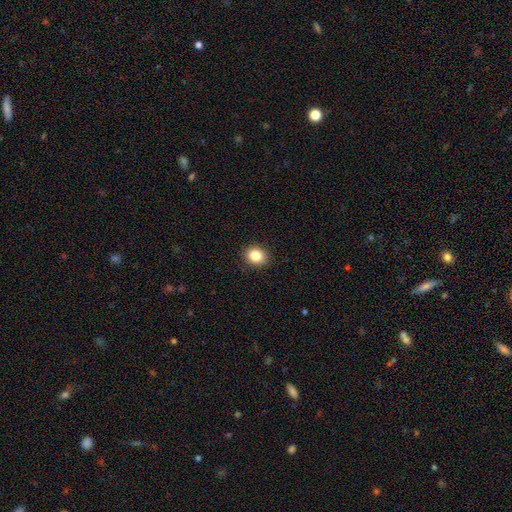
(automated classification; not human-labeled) A smooth galaxy with no disk features (85%) that is round (67%). Merging: none (90%).